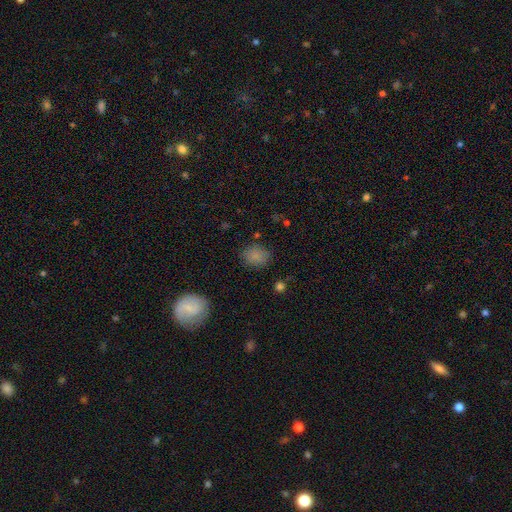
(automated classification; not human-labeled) Morphology: type=smooth (83%); roundness=round (50%); merging=none (81%).